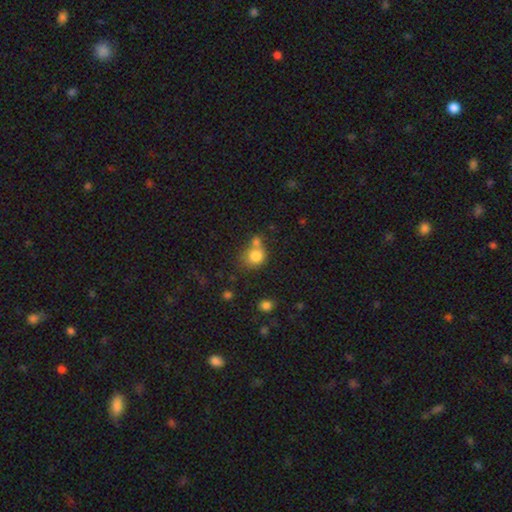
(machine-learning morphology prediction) smooth 80%, star or artifact 11%, featured or disk 9%. Down the decision tree: how rounded — round (78%); merging — none (45%).